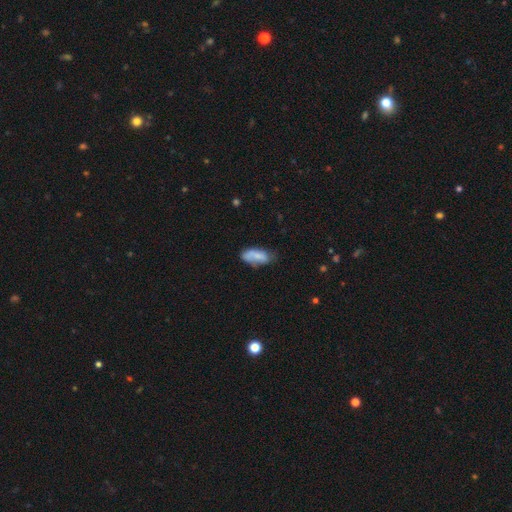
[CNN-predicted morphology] type=smooth (71%); roundness=in between (86%); merging=none (49%).